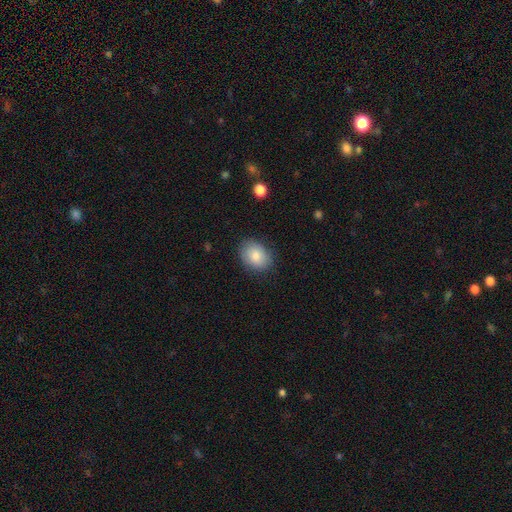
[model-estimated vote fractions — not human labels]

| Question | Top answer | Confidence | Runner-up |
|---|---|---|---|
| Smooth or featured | smooth | 82% | featured or disk (11%) |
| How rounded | in between | 63% | round (36%) |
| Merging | none | 83% | minor disturbance (13%) |